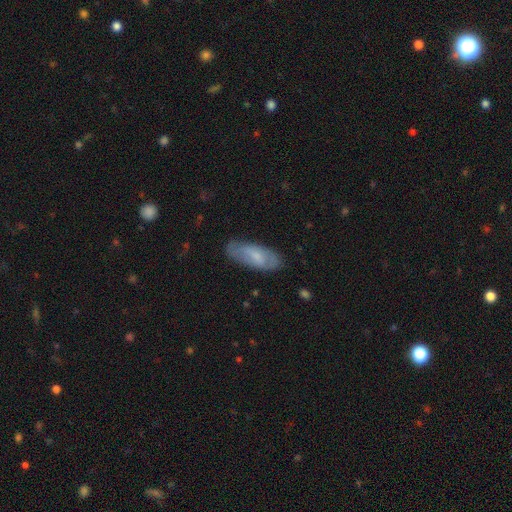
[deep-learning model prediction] Smooth or featured: smooth — 57% (featured or disk — 37%)
How rounded: in between — 74% (cigar-shaped — 24%)
Merging: none — 75% (minor disturbance — 19%)